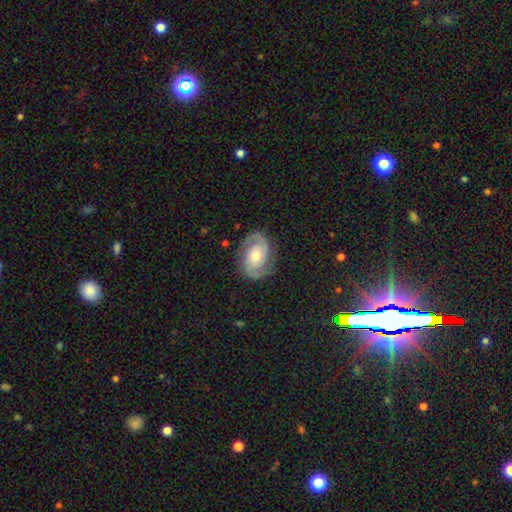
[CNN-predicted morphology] A featured or disk galaxy (88%) with no bar (55%), 2 (93%) medium (49%) spiral arms (97%) and a moderate central bulge (62%). Merging: none (83%).